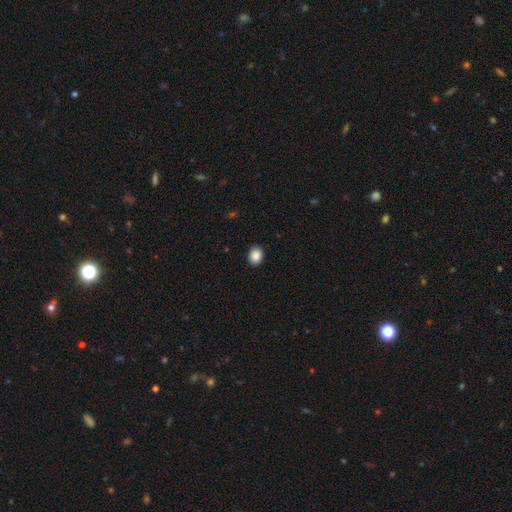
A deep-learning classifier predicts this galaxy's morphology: smooth-or-featured: smooth: 89% | star or artifact: 8% | featured or disk: 3%
  how-rounded: in between: 53% | round: 46% | cigar-shaped: 1%
  merging: none: 91% | minor disturbance: 6% | major disturbance: 2% | merger: 1%